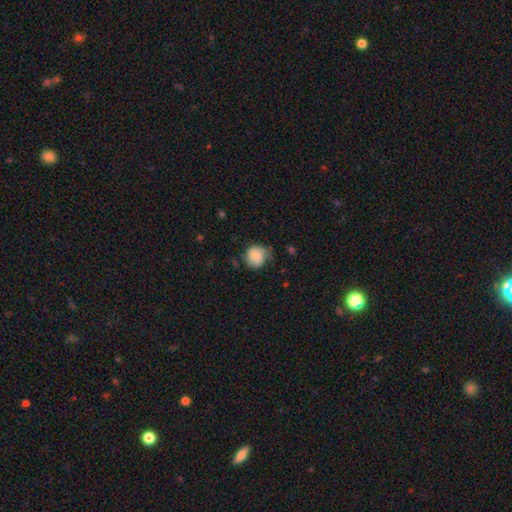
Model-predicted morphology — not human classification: Smooth or featured? smooth (74%)
How rounded? round (80%)
Merging? none (54%)